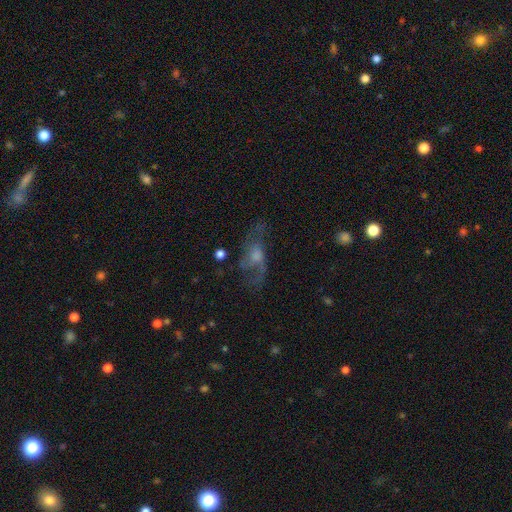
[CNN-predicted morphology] This appears to be a featured or disk galaxy (70%) with no bar (66%), 2 (71%) loose (60%) spiral arms (82%) and a moderate central bulge (44%). Merging: none (60%).